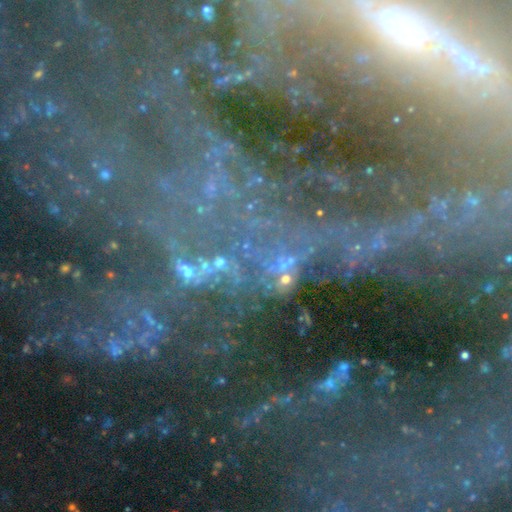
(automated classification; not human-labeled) Morphology: type=star or artifact (64%).